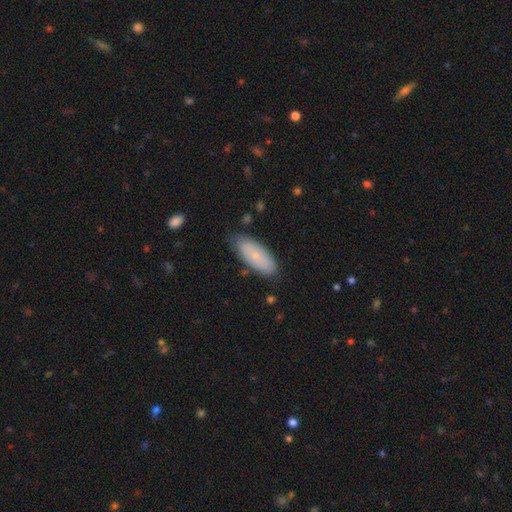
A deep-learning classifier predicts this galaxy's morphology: smooth 71%, featured or disk 22%, star or artifact 7%. Down the decision tree: how rounded — in between (82%); merging — none (80%).